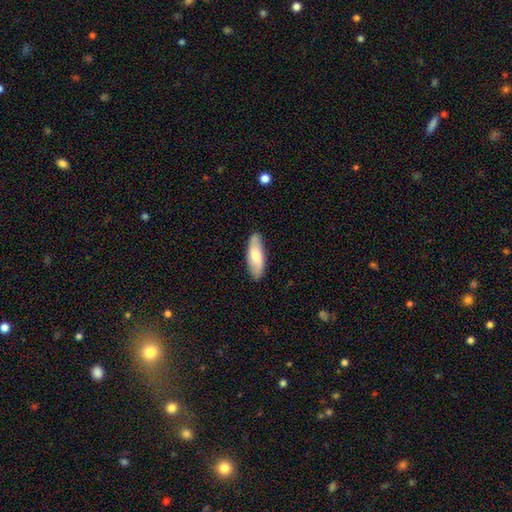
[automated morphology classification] A smooth galaxy with no disk features (67%) that is in between round and cigar-shaped (64%).

Vote fractions:
- Smooth or featured? smooth: 67% / featured or disk: 28% / star or artifact: 5%
- How rounded? in between: 64% / cigar-shaped: 34% / round: 2%
- Merging? none: 85% / minor disturbance: 11% / major disturbance: 2% / merger: 1%